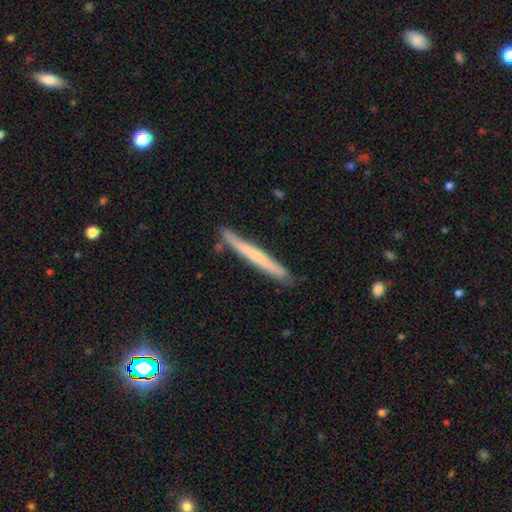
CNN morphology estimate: Smooth or featured: smooth — 47% (tied with featured or disk — 47%)
Merging: none — 85% (minor disturbance — 11%)